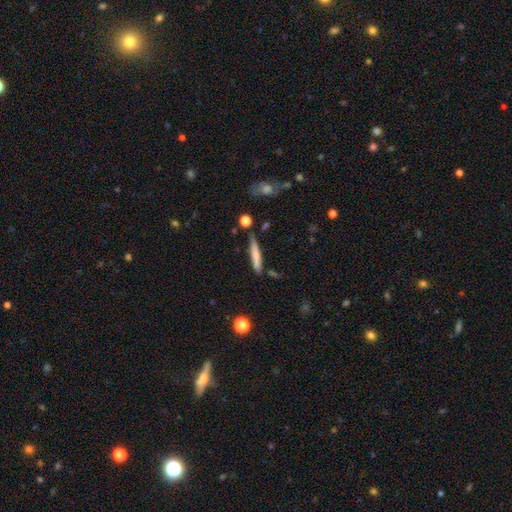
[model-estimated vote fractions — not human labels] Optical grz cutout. It shows a smooth galaxy with no disk features (68%) that is cigar-shaped (93%). Merging: none (72%).